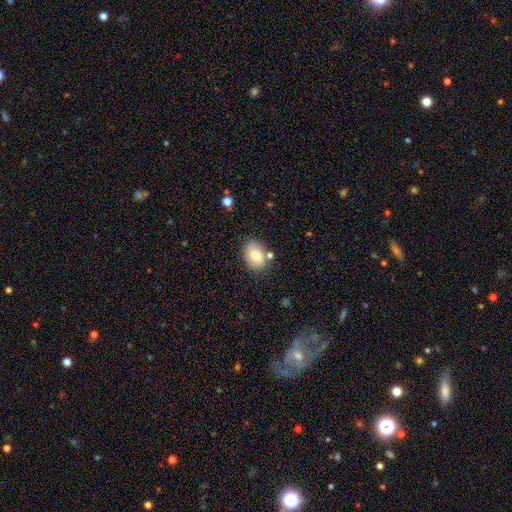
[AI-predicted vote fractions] Smooth or featured?
  - smooth: 78% *
  - featured or disk: 14%
  - star or artifact: 8%
How rounded?
  - in between: 78% *
  - round: 21%
  - cigar-shaped: 1%
Merging?
  - none: 75% *
  - minor disturbance: 14%
  - merger: 7%
  - major disturbance: 3%